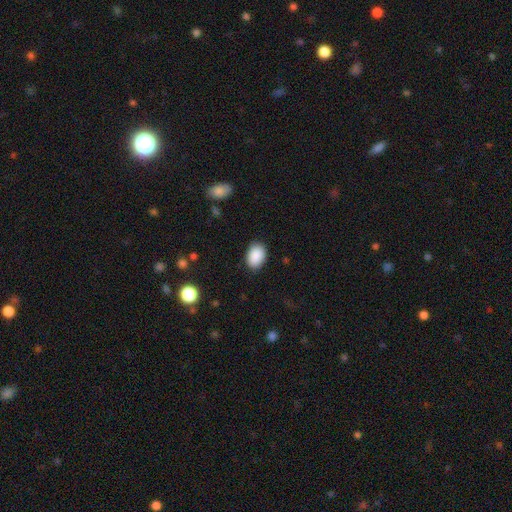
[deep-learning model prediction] This appears to be a smooth galaxy with no disk features (90%) that is in between round and cigar-shaped (83%). Merging: none (86%).